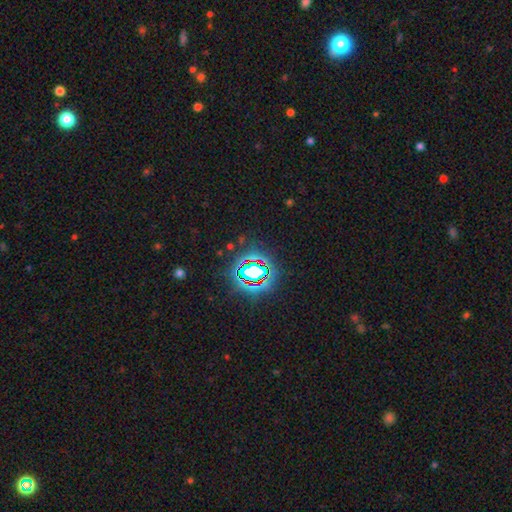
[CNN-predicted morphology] Smooth or featured? star or artifact (80%)